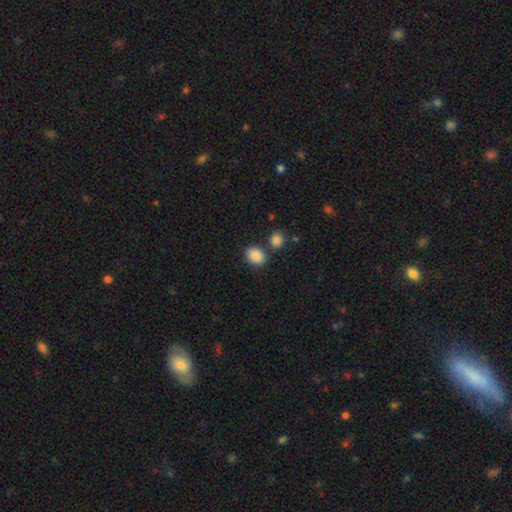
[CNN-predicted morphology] This appears to be a smooth galaxy with no disk features (87%) that is in between round and cigar-shaped (64%). Merging: none (72%).